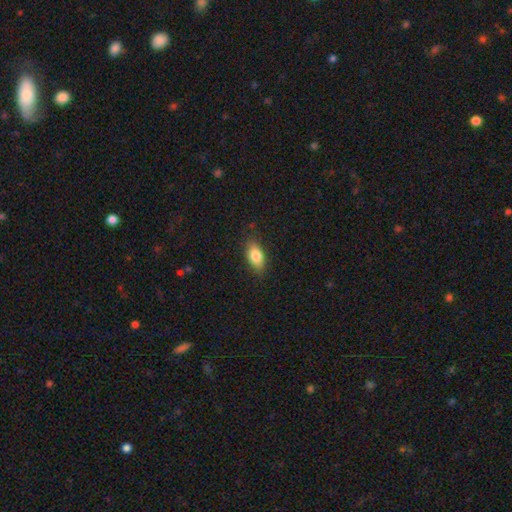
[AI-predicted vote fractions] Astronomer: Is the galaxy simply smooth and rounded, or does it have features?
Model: smooth — 80%.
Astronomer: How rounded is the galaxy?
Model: in between — 85%.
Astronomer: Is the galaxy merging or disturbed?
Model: none — 82%.